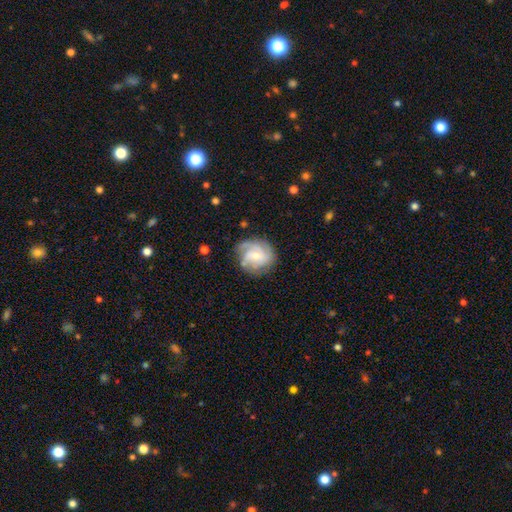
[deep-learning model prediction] smooth_or_featured: featured or disk (p=0.72) [alt: smooth p=0.22]
disk_edge_on: no (p=0.97) [alt: yes p=0.03]
bar: no (p=0.52) [alt: weak p=0.39]
has_spiral_arms: yes (p=0.90) [alt: no p=0.10]
spiral_winding: tight (p=0.47) [alt: medium p=0.38]
spiral_arm_count: 3 (p=0.29) [alt: can't tell p=0.26]
bulge_size: small (p=0.55) [alt: moderate p=0.40]
merging: none (p=0.65) [alt: minor disturbance p=0.22]